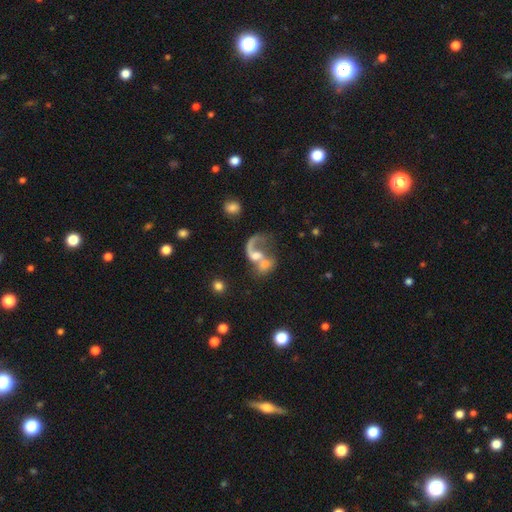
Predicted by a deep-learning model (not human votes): Overall: featured or disk (63%; smooth 27%). Edge-on disk: no (97%). Bar: no (66%; weak 26%). Spiral arms: yes (74%). Bulge size: moderate (43%; small 23%). Merging: merger (59%; major disturbance 20%).